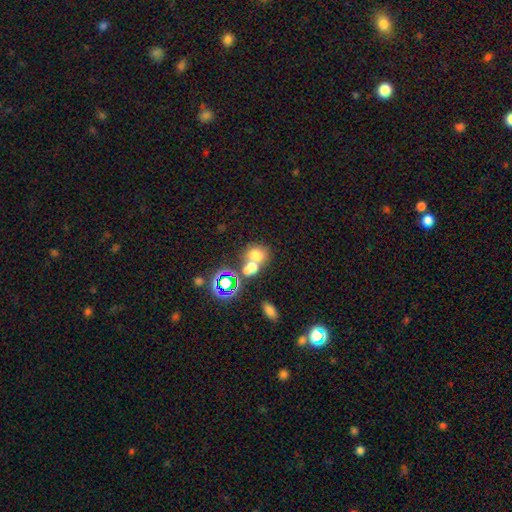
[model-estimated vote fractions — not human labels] A smooth galaxy with no disk features (66%) that is round (58%). Merging: merger (52%).